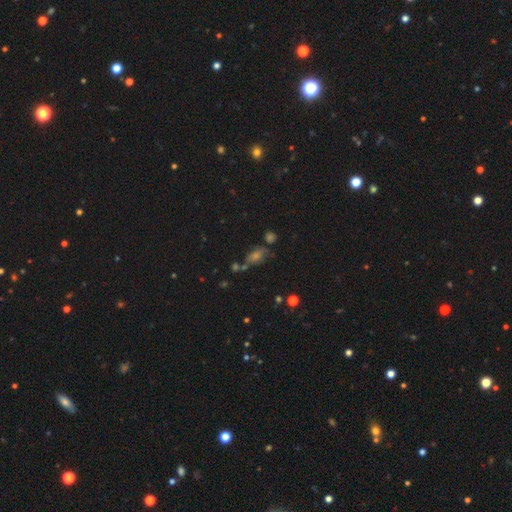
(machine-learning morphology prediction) Smooth or featured: smooth — 43% (star or artifact — 34%)
Merging: none — 57% (merger — 18%)